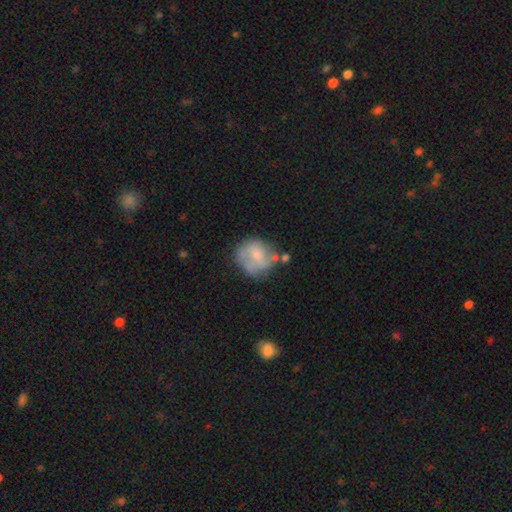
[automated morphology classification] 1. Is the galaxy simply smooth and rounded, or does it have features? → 49% smooth, 43% featured or disk, 8% star or artifact.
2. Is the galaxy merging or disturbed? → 47% none, 26% minor disturbance, 15% major disturbance, 11% merger.